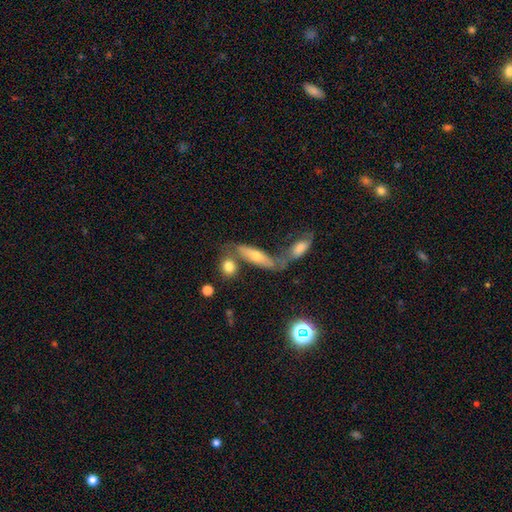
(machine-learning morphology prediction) Overall: smooth (53%; featured or disk 38%). How rounded: cigar-shaped (52%; in between 44%). Merging: none (45%; merger 34%).